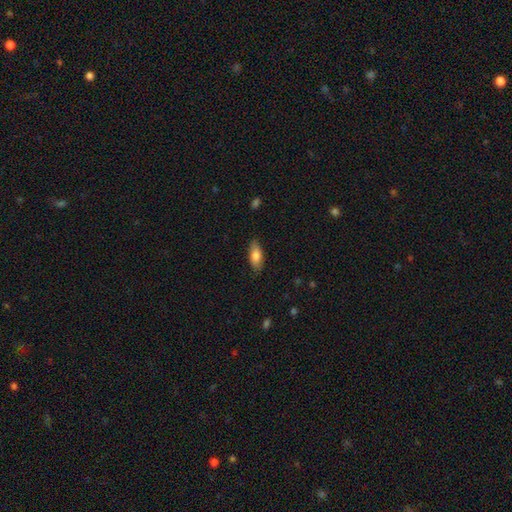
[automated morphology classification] smooth 79%, featured or disk 15%, star or artifact 6%. Down the decision tree: how rounded — in between (82%); merging — none (82%).